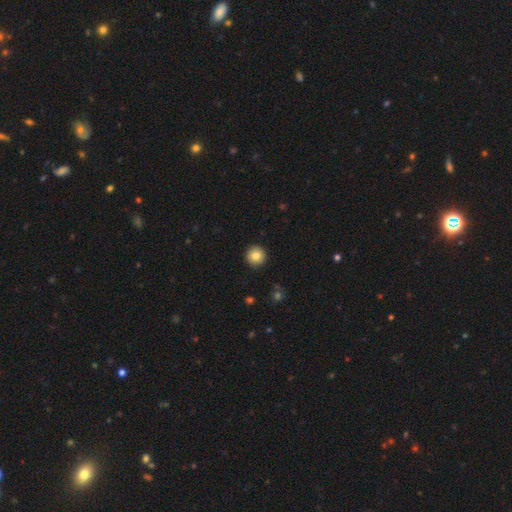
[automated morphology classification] A smooth galaxy with no disk features (84%) that is round (96%).

Vote fractions:
- Smooth or featured? smooth: 84% / star or artifact: 9% / featured or disk: 7%
- How rounded? round: 96% / in between: 3% / cigar-shaped: 1%
- Merging? none: 93% / minor disturbance: 5% / major disturbance: 2% / merger: 1%